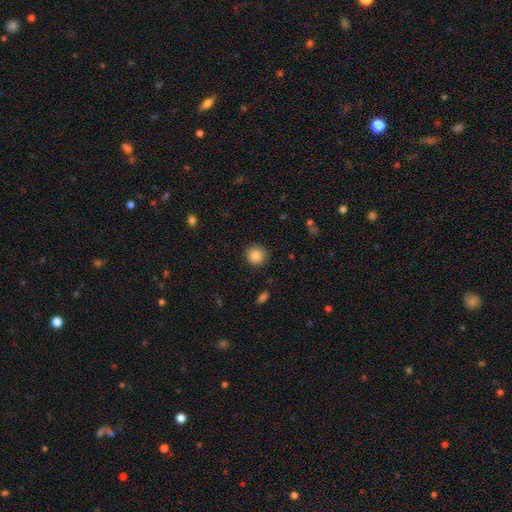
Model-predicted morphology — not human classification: Smooth or featured? Predicted: smooth (p=0.87). How rounded? Predicted: round (p=0.93). Merging? Predicted: none (p=0.89).